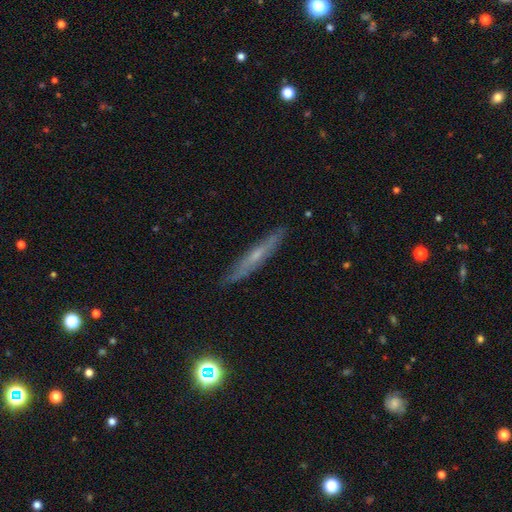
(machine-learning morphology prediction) smooth_or_featured: featured or disk (p=0.59) [alt: smooth p=0.33]
disk_edge_on: yes (p=0.88) [alt: no p=0.12]
edge_on_bulge: rounded (p=0.53) [alt: none p=0.43]
merging: none (p=0.85) [alt: minor disturbance p=0.11]